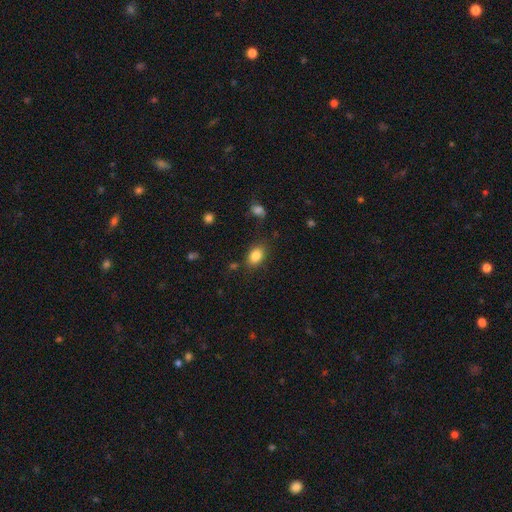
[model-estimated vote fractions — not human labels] smooth 84%, star or artifact 9%, featured or disk 7%. Down the decision tree: how rounded — in between (78%); merging — none (79%).